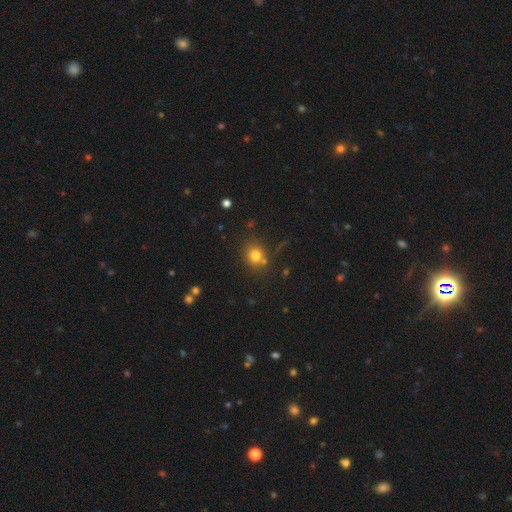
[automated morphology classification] smooth_or_featured: smooth (p=0.77) [alt: star or artifact p=0.15]
how_rounded: round (p=0.78) [alt: in between p=0.21]
merging: none (p=0.70) [alt: merger p=0.13]